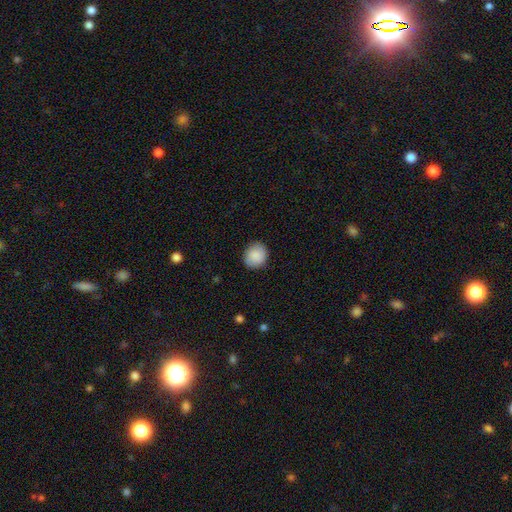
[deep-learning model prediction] smooth_or_featured: smooth (p=0.87) [alt: star or artifact p=0.07]
how_rounded: round (p=0.78) [alt: in between p=0.21]
merging: none (p=0.88) [alt: minor disturbance p=0.09]